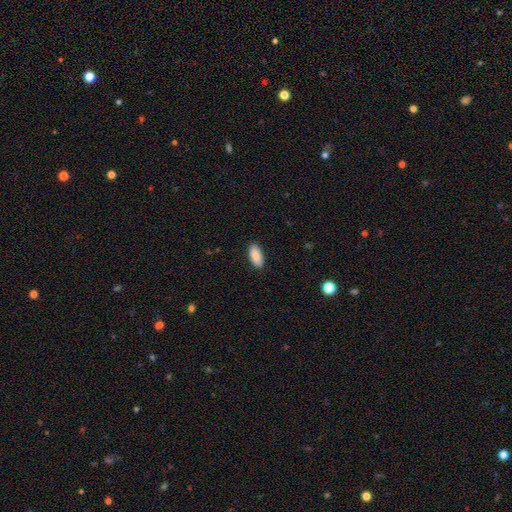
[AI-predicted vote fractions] smooth 89%, star or artifact 6%, featured or disk 4%. Down the decision tree: how rounded — in between (88%); merging — none (89%).